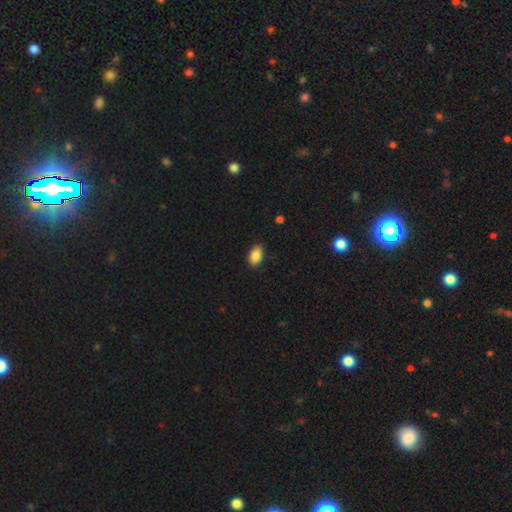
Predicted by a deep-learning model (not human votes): The model was most divided on "merging": none: 86%, minor disturbance: 10%, major disturbance: 2%, merger: 1%. More confident: how rounded — in between (91%); smooth or featured — smooth (89%).